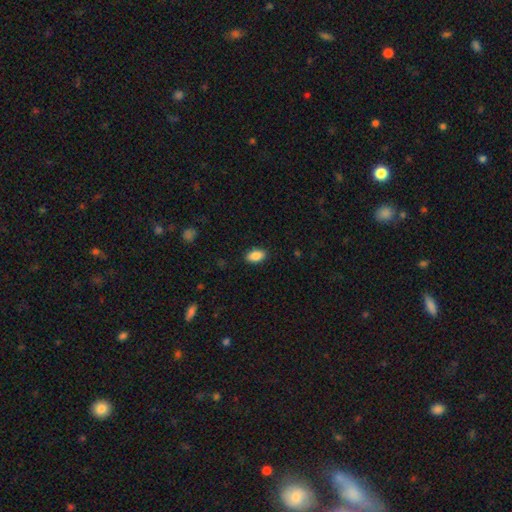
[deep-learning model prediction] smooth_or_featured: smooth (p=0.88) [alt: star or artifact p=0.07]
how_rounded: in between (p=0.92) [alt: round p=0.06]
merging: none (p=0.89) [alt: minor disturbance p=0.08]